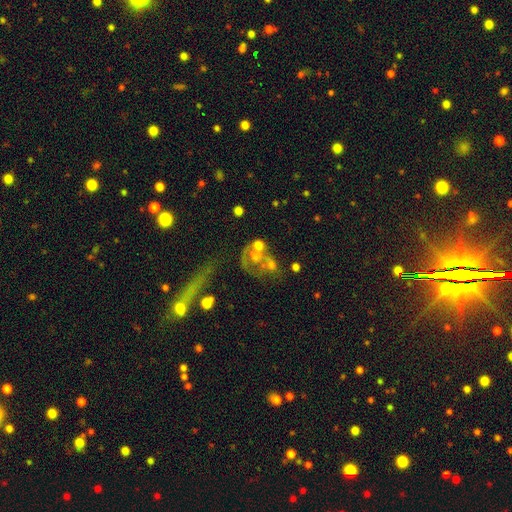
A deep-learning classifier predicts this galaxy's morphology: Smooth or featured?
  - featured or disk: 54% *
  - smooth: 29%
  - star or artifact: 17%
Edge-on disk?
  - no: 95% *
  - yes: 5%
Bar?
  - no: 89% *
  - weak: 8%
  - strong: 3%
Spiral arms?
  - no: 75% *
  - yes: 25%
Bulge size?
  - none: 43% *
  - moderate: 28%
  - small: 18%
  - large: 7%
  - dominant: 3%
Merging?
  - merger: 30% *
  - major disturbance: 29%
  - none: 28%
  - minor disturbance: 13%